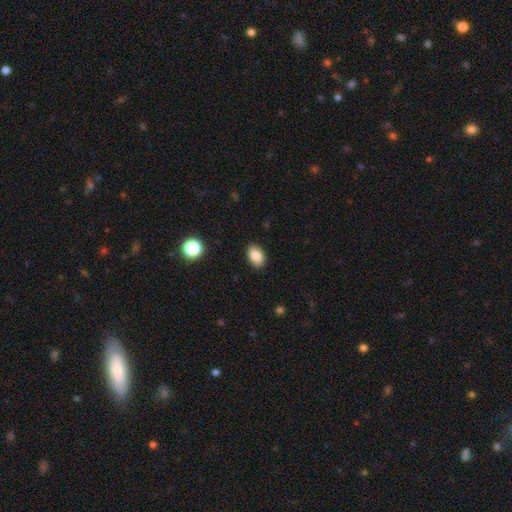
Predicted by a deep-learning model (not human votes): A smooth galaxy with no disk features (85%) that is in between round and cigar-shaped (86%).

Vote fractions:
- Smooth or featured? smooth: 85% / star or artifact: 9% / featured or disk: 7%
- How rounded? in between: 86% / round: 13% / cigar-shaped: 1%
- Merging? none: 88% / minor disturbance: 9% / major disturbance: 2% / merger: 1%